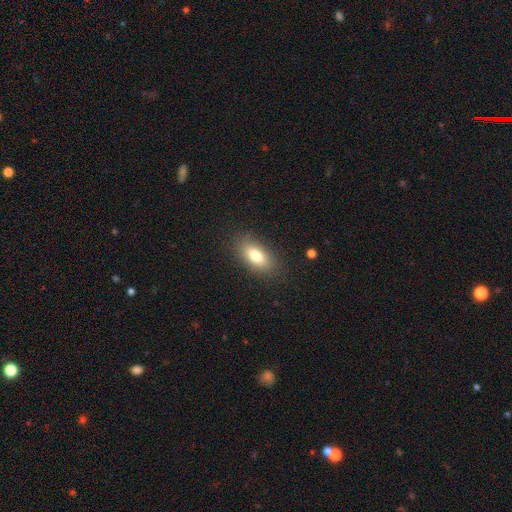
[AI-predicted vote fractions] smooth-or-featured: smooth: 77% | featured or disk: 15% | star or artifact: 8%
  how-rounded: in between: 85% | cigar-shaped: 10% | round: 5%
  merging: none: 86% | minor disturbance: 10% | major disturbance: 3% | merger: 1%